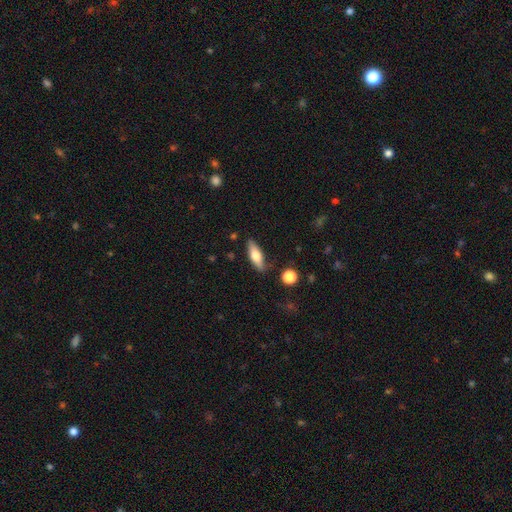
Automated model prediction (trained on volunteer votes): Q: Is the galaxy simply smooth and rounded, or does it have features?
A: smooth — 59%.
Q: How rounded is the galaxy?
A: in between — 55%.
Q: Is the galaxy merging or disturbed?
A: none — 79%.